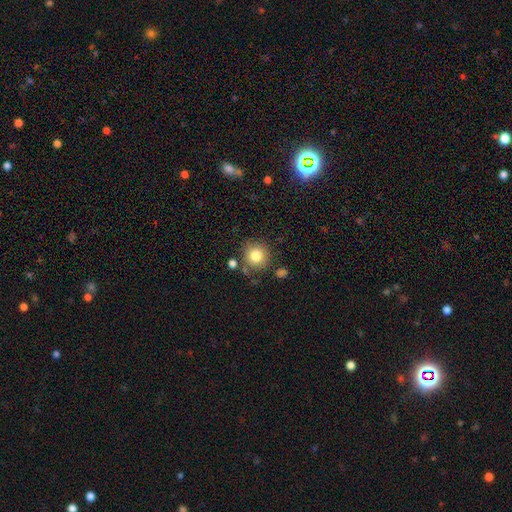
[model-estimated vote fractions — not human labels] Smooth or featured: smooth — 81% (star or artifact — 11%)
How rounded: round — 91% (in between — 8%)
Merging: none — 79% (minor disturbance — 11%)